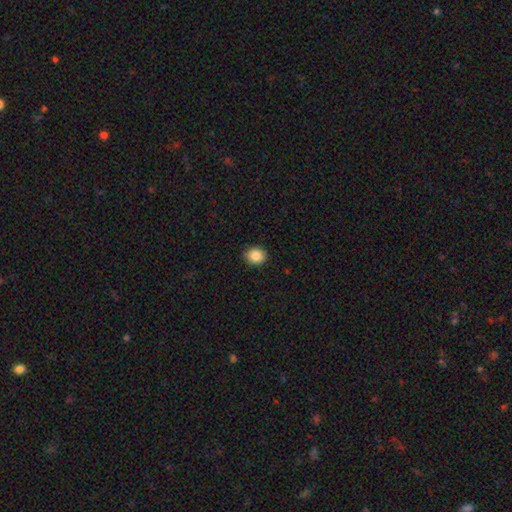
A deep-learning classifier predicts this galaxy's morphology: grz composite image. It shows a smooth galaxy with no disk features (86%) that is round (66%). Merging: none (88%).